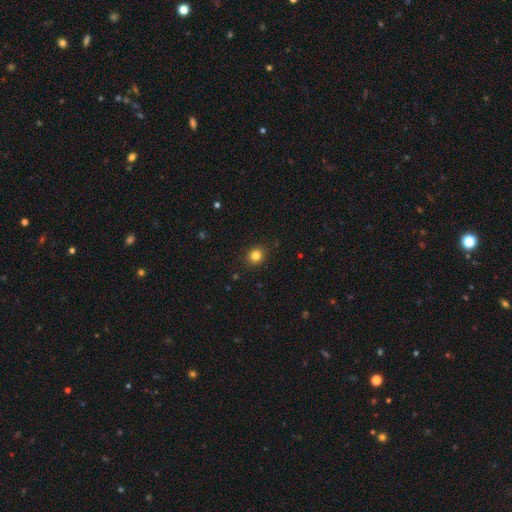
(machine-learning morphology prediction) smooth-or-featured: smooth: 83% | star or artifact: 12% | featured or disk: 5%
  how-rounded: round: 77% | in between: 22% | cigar-shaped: 1%
  merging: none: 89% | minor disturbance: 8% | major disturbance: 2% | merger: 1%